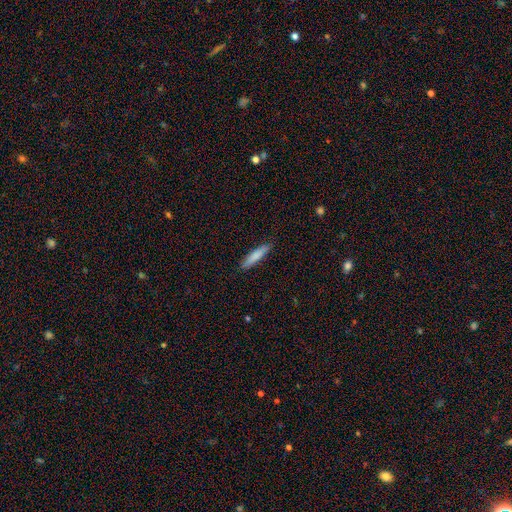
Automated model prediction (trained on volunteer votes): Smooth or featured?
  - smooth: 81% *
  - featured or disk: 14%
  - star or artifact: 6%
How rounded?
  - cigar-shaped: 85% *
  - in between: 14%
  - round: 1%
Merging?
  - none: 88% *
  - minor disturbance: 9%
  - major disturbance: 2%
  - merger: 1%